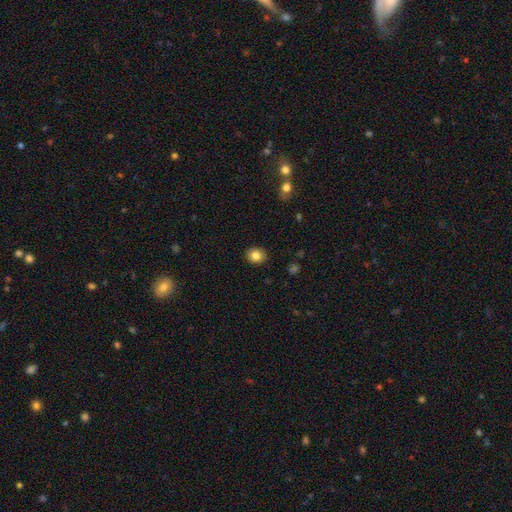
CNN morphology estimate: smooth_or_featured: smooth (p=0.83) [alt: star or artifact p=0.10]
how_rounded: round (p=0.60) [alt: in between p=0.39]
merging: none (p=0.89) [alt: minor disturbance p=0.08]